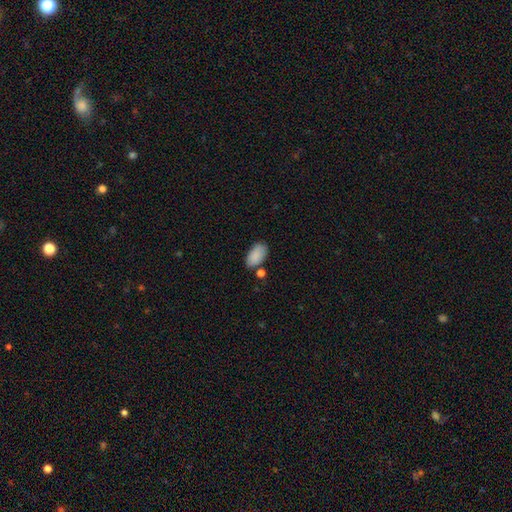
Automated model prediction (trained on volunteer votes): Q: Smooth or featured?
A: smooth (88%); runner-up: star or artifact (7%)
Q: How rounded?
A: in between (94%); runner-up: round (4%)
Q: Merging?
A: none (69%); runner-up: minor disturbance (17%)